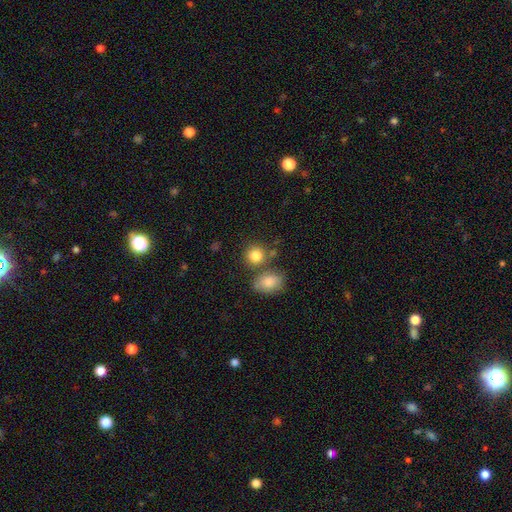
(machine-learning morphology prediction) smooth-or-featured: smooth: 84% | star or artifact: 9% | featured or disk: 6%
  how-rounded: round: 83% | in between: 16% | cigar-shaped: 1%
  merging: none: 67% | merger: 19% | minor disturbance: 10% | major disturbance: 4%